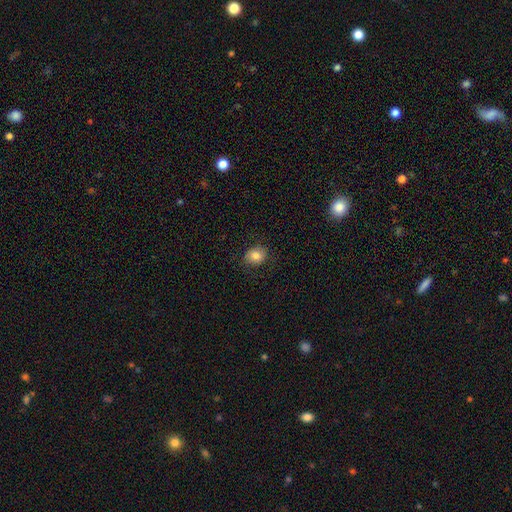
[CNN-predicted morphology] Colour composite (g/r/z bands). It shows a smooth galaxy with no disk features (81%) that is round (60%). Merging: none (82%).